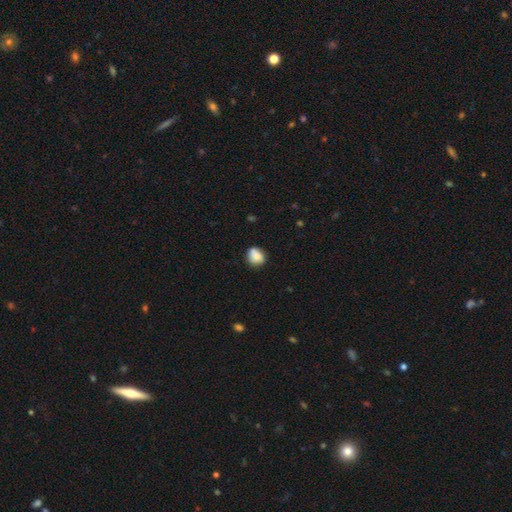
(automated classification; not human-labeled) Overall: smooth (85%). How rounded: round (60%; in between 39%). Merging: none (71%).